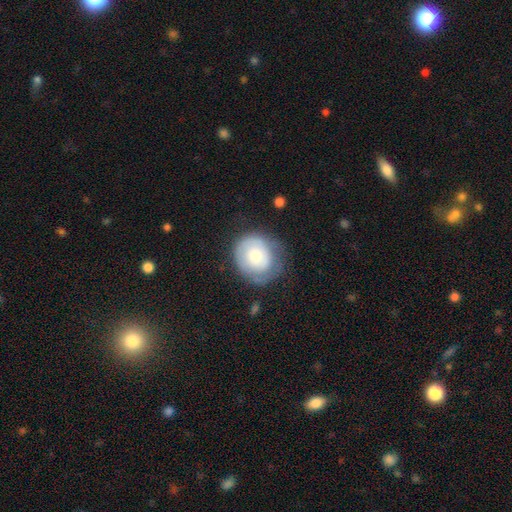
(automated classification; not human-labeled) Q: Smooth or featured?
A: smooth (55%); runner-up: featured or disk (38%)
Q: How rounded?
A: round (74%); runner-up: in between (25%)
Q: Merging?
A: none (63%); runner-up: minor disturbance (25%)